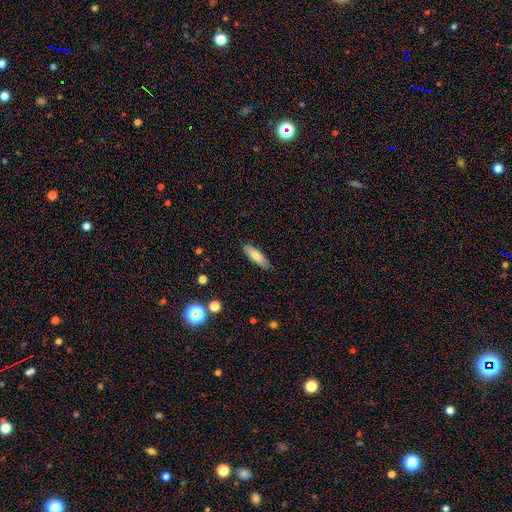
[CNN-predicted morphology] The model was most divided on "how rounded": cigar-shaped: 55%, in between: 43%, round: 2%. More confident: merging — none (88%); smooth or featured — smooth (76%).